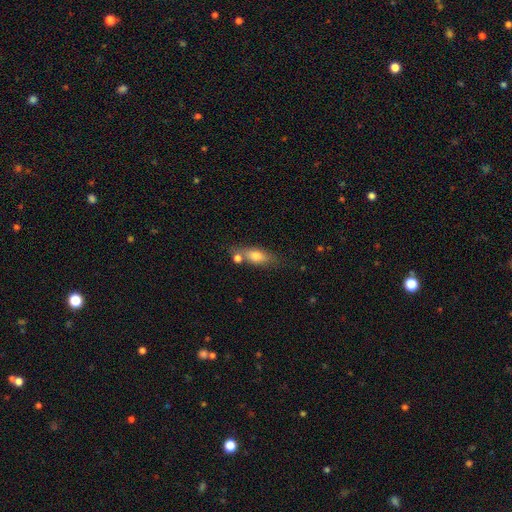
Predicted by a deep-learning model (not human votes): Morphology: type=smooth (73%); roundness=in between (69%); merging=none (57%).